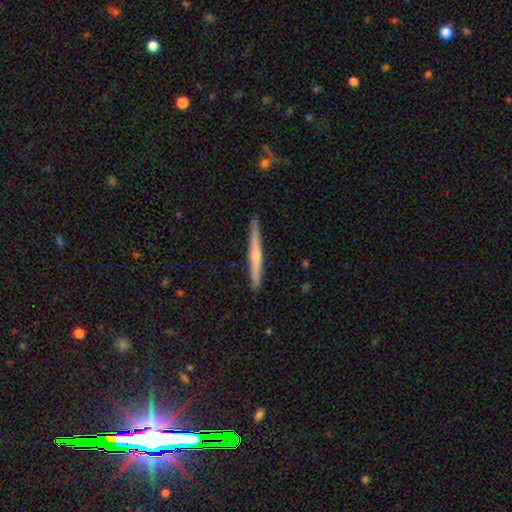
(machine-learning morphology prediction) A featured or disk galaxy (57%) viewed edge-on (97%) with a rounded central bulge (64%).

Vote fractions:
- Smooth or featured? featured or disk: 57% / smooth: 38% / star or artifact: 6%
- Edge-on disk? yes: 97% / no: 3%
- Edge-on bulge? rounded: 64% / none: 32% / boxy: 4%
- Merging? none: 90% / minor disturbance: 7% / major disturbance: 1% / merger: 1%